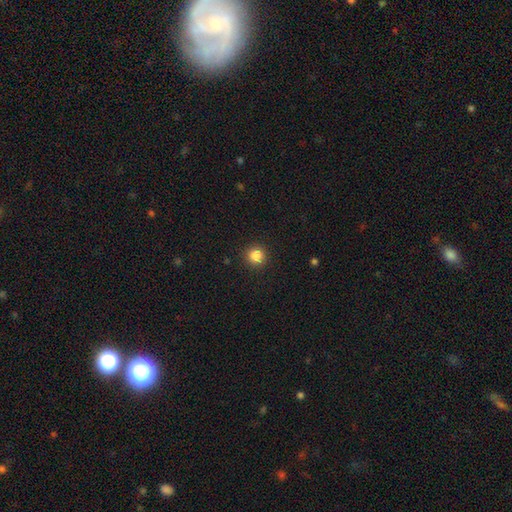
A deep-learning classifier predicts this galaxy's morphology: Q: Smooth or featured?
A: smooth (85%); runner-up: star or artifact (11%)
Q: How rounded?
A: round (92%); runner-up: in between (7%)
Q: Merging?
A: none (90%); runner-up: minor disturbance (6%)